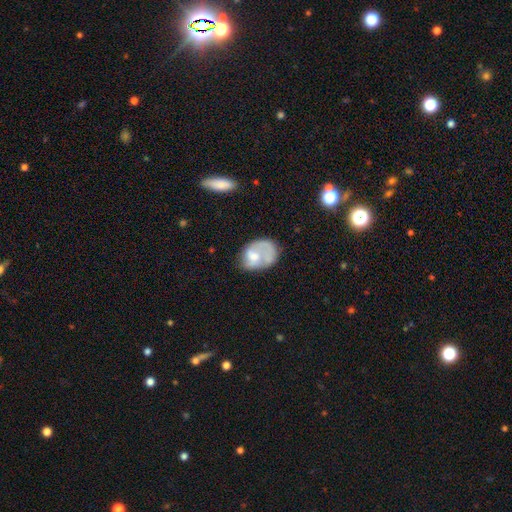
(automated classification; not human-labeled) The model was most divided on "merging": none: 35%, major disturbance: 30%, minor disturbance: 28%, merger: 7%. Remaining: smooth or featured — smooth (49%).